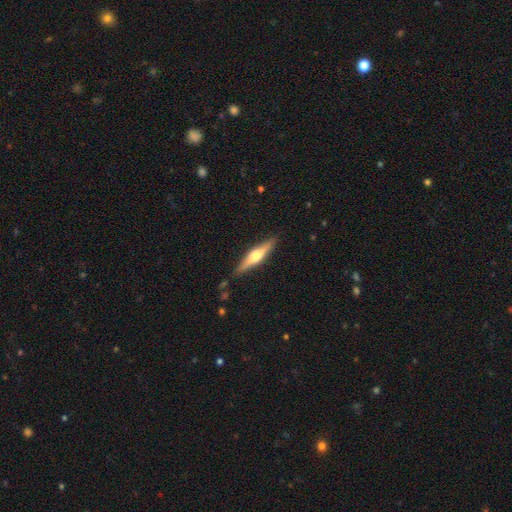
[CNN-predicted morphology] featured or disk 63%, smooth 31%, star or artifact 5%. Down the decision tree: edge-on disk — yes (96%); edge-on bulge — rounded (90%); merging — none (87%).